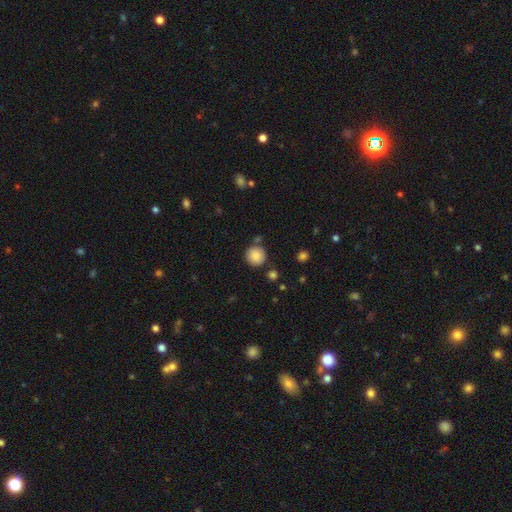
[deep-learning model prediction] A smooth galaxy with no disk features (87%) that is round (93%).

Vote fractions:
- Smooth or featured? smooth: 87% / star or artifact: 9% / featured or disk: 4%
- How rounded? round: 93% / in between: 6% / cigar-shaped: 1%
- Merging? none: 80% / minor disturbance: 10% / merger: 6% / major disturbance: 3%